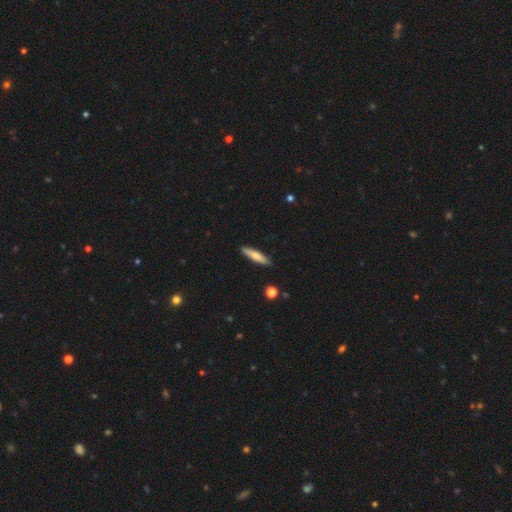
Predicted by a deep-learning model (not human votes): smooth-or-featured: smooth: 67% | featured or disk: 27% | star or artifact: 6%
  how-rounded: cigar-shaped: 83% | in between: 15% | round: 2%
  merging: none: 89% | minor disturbance: 8% | major disturbance: 2% | merger: 1%